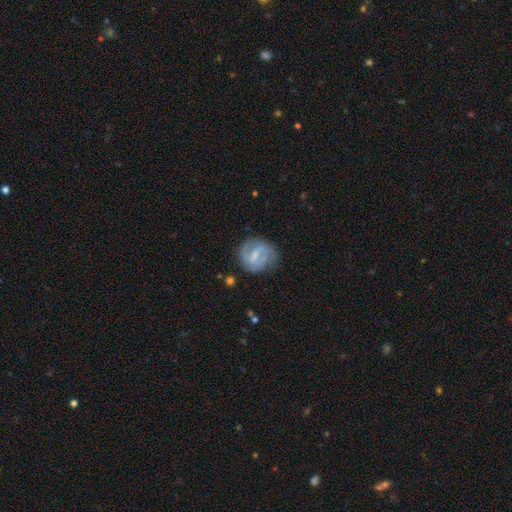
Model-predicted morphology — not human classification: Smooth or featured? Predicted: featured or disk (p=0.60). Edge-on disk? Predicted: no (p=0.97). Bar? Predicted: weak (p=0.53). Spiral arms? Predicted: yes (p=0.71). Bulge size? Predicted: small (p=0.38). Merging? Predicted: none (p=0.64).